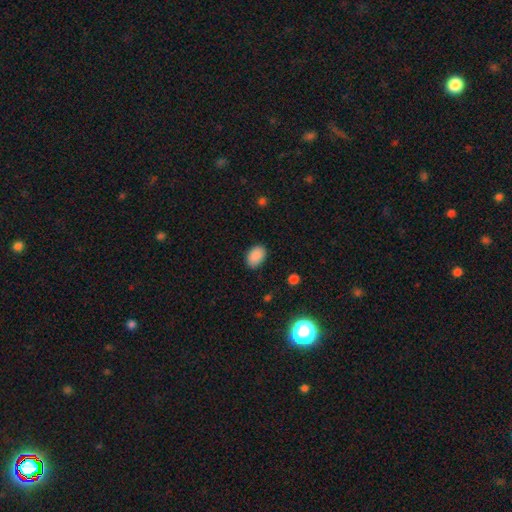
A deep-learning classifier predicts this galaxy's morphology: The model was most divided on "how rounded": in between: 84%, round: 15%, cigar-shaped: 1%. More confident: smooth or featured — smooth (89%); merging — none (85%).